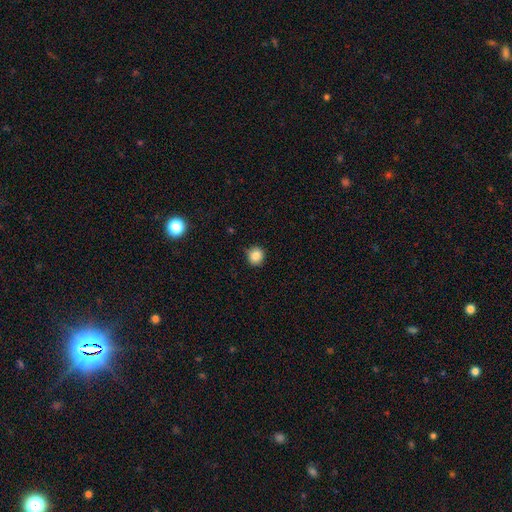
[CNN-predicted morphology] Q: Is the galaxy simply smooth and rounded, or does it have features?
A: smooth — 85%.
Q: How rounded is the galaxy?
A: round — 92%.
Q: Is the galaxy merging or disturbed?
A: none — 89%.